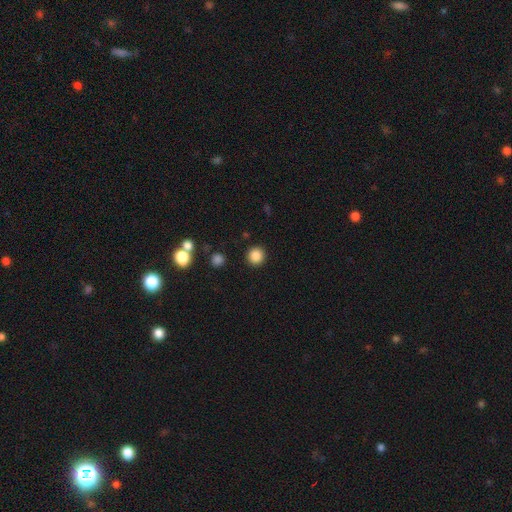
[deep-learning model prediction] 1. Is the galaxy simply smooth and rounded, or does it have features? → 86% smooth, 11% star or artifact, 4% featured or disk.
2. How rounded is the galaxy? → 93% round, 6% in between, 1% cigar-shaped.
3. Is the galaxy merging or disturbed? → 91% none, 5% minor disturbance, 2% major disturbance, 2% merger.